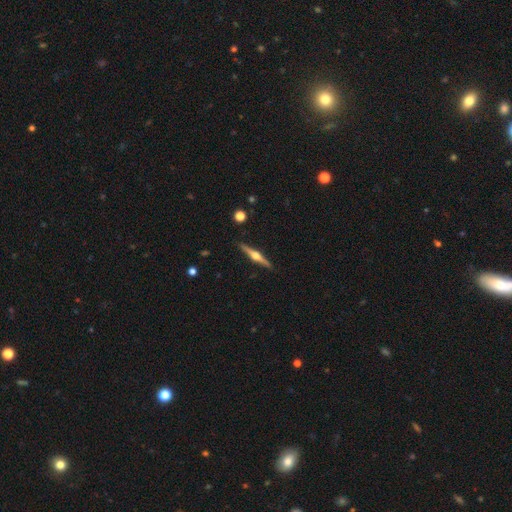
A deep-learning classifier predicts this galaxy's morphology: Smooth or featured? Predicted: featured or disk (p=0.80). Edge-on disk? Predicted: yes (p=0.98). Edge-on bulge? Predicted: rounded (p=0.96). Merging? Predicted: none (p=0.92).